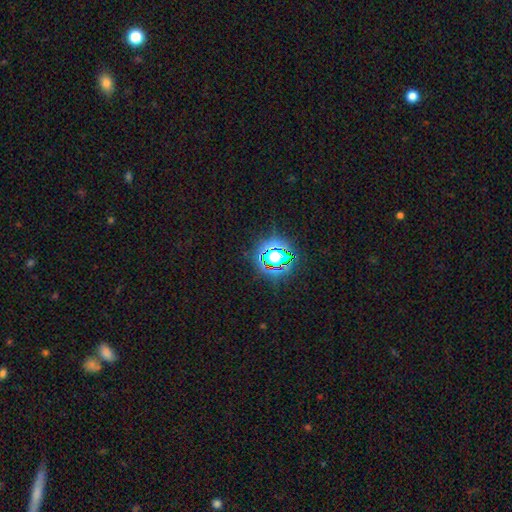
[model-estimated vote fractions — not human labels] A star or artifact, not a galaxy (78%).